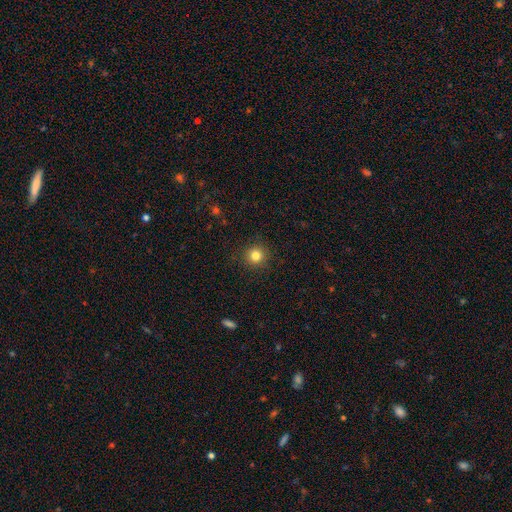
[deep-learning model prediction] Smooth or featured?
  - smooth: 82% *
  - star or artifact: 12%
  - featured or disk: 6%
How rounded?
  - round: 95% *
  - in between: 4%
  - cigar-shaped: 1%
Merging?
  - none: 92% *
  - minor disturbance: 5%
  - major disturbance: 2%
  - merger: 1%